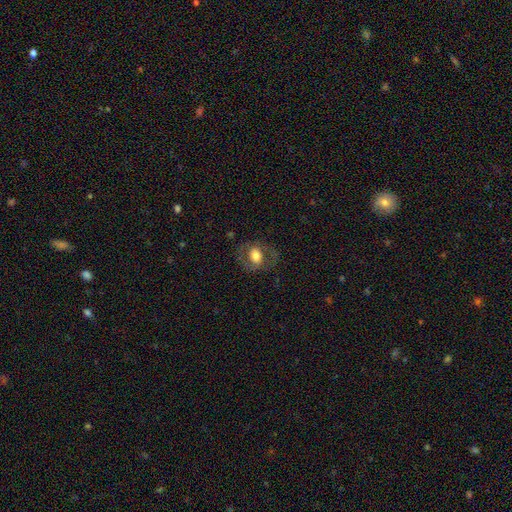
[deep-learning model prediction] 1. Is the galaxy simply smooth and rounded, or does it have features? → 54% smooth, 38% featured or disk, 8% star or artifact.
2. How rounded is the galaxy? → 59% in between, 40% round, 1% cigar-shaped.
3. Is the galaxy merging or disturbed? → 69% none, 16% minor disturbance, 14% major disturbance, 1% merger.